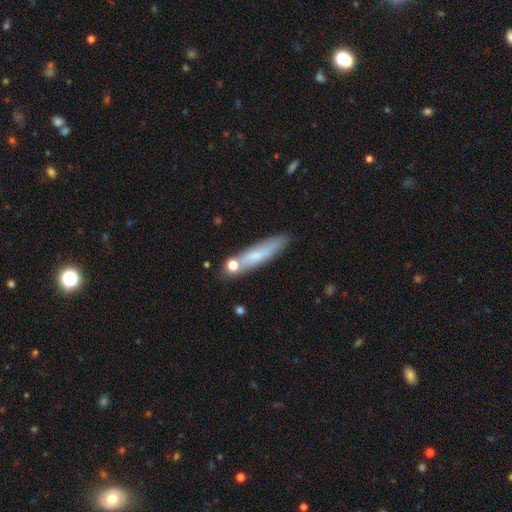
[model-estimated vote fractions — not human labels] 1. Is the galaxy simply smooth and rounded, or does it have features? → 66% smooth, 26% featured or disk, 8% star or artifact.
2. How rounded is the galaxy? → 82% cigar-shaped, 16% in between, 2% round.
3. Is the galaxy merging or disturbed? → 70% none, 16% minor disturbance, 9% merger, 4% major disturbance.